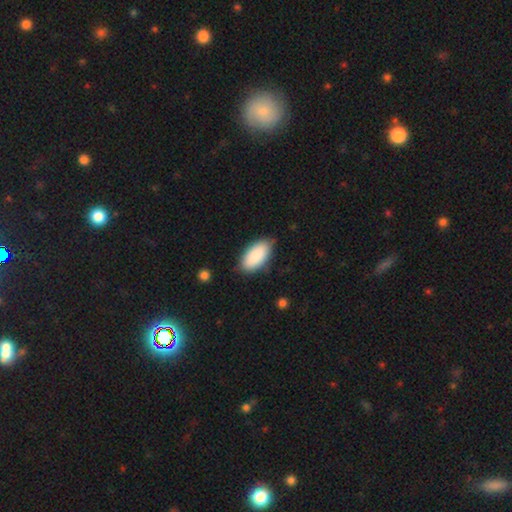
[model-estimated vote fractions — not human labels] Overall: smooth (89%). How rounded: in between (94%). Merging: none (81%).